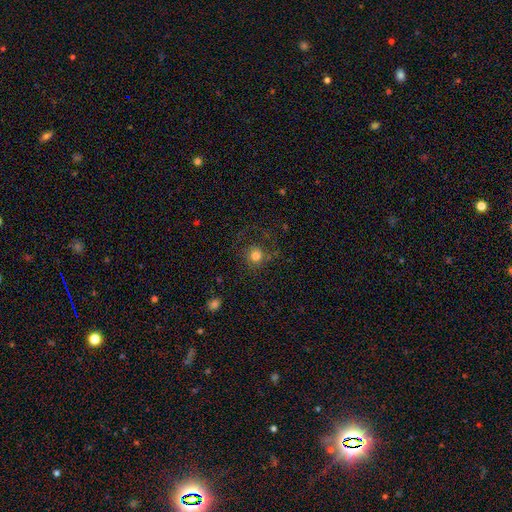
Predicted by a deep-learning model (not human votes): A smooth galaxy with no disk features (73%) that is round (91%). Merging: none (69%).